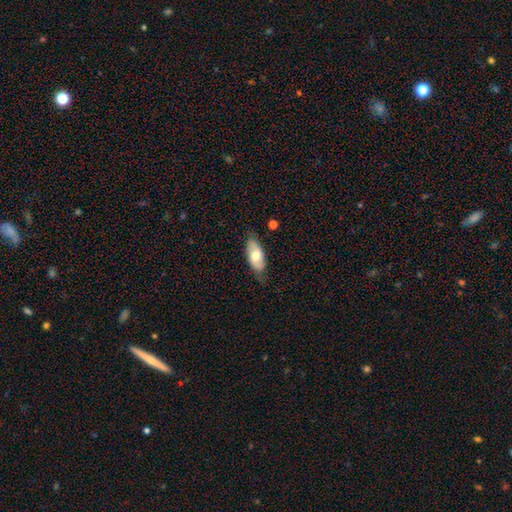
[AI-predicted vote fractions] A smooth galaxy with no disk features (60%) that is in between round and cigar-shaped (88%). Merging: none (71%).